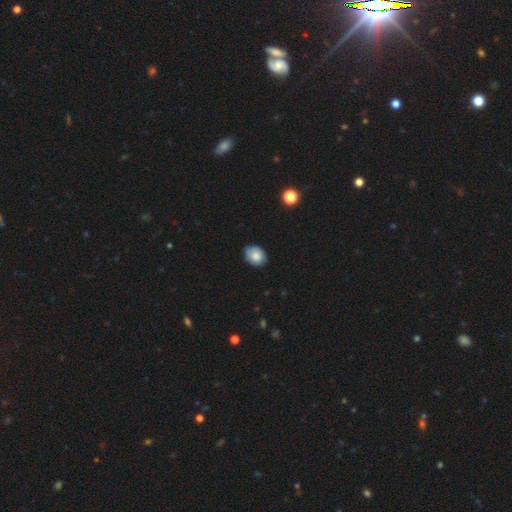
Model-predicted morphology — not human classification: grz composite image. It shows a smooth galaxy with no disk features (79%) that is in between round and cigar-shaped (56%). Merging: none (74%).